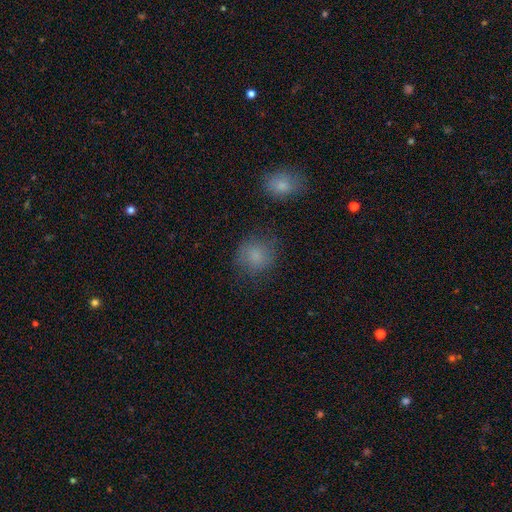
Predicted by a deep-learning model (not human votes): Morphology: type=smooth (80%); roundness=round (82%); merging=none (74%).